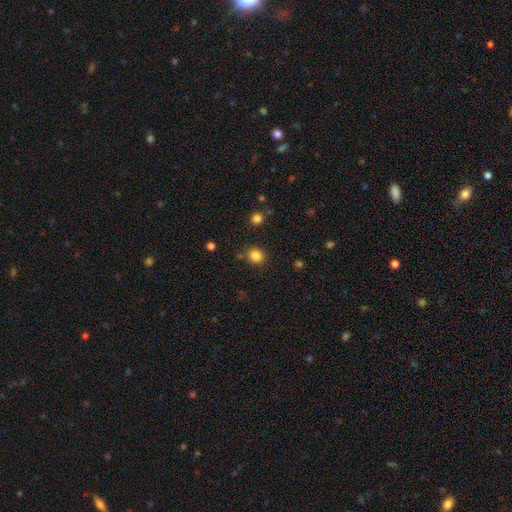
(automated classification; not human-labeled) Smooth or featured?
  - smooth: 84% *
  - star or artifact: 12%
  - featured or disk: 4%
How rounded?
  - round: 85% *
  - in between: 14%
  - cigar-shaped: 1%
Merging?
  - none: 85% *
  - minor disturbance: 8%
  - merger: 4%
  - major disturbance: 3%